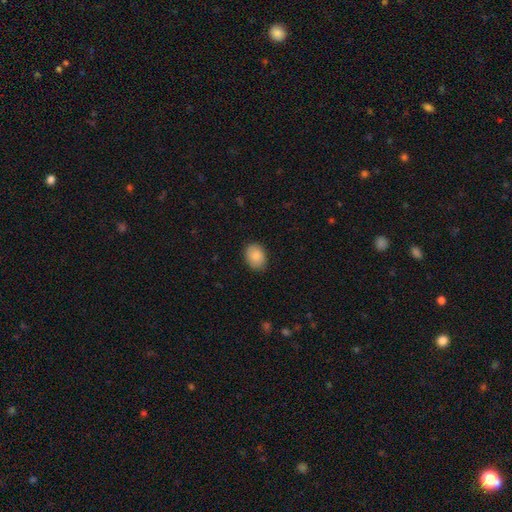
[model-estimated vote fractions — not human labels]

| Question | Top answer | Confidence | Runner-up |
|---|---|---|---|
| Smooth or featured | smooth | 87% | star or artifact (7%) |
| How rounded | in between | 71% | round (28%) |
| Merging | none | 86% | minor disturbance (11%) |